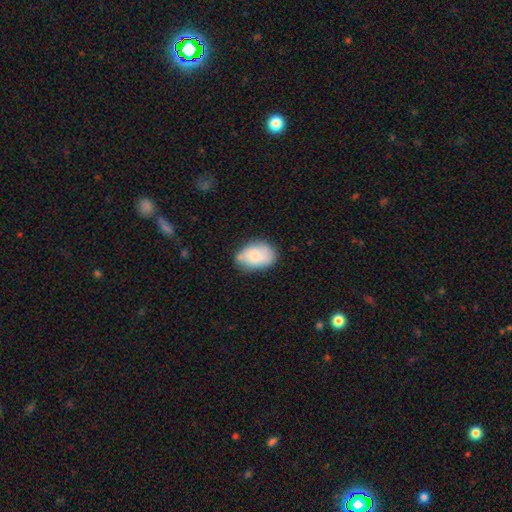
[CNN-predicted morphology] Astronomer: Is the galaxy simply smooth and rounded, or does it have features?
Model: smooth — 75%.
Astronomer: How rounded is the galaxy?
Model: in between — 82%.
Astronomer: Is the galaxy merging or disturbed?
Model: none — 68%.